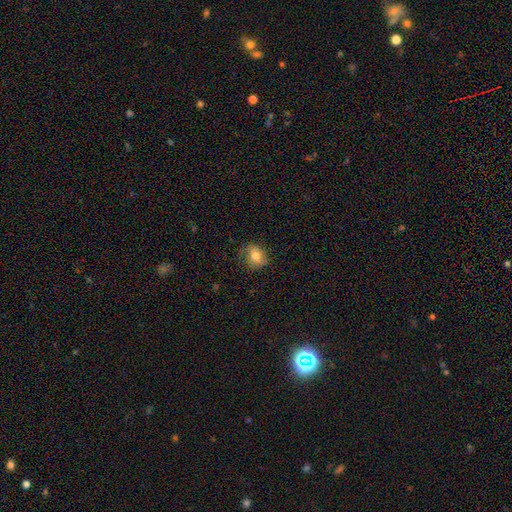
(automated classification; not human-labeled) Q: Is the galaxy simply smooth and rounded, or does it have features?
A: smooth — 72%.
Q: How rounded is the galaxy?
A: round — 54%.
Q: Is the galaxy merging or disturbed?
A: none — 68%.